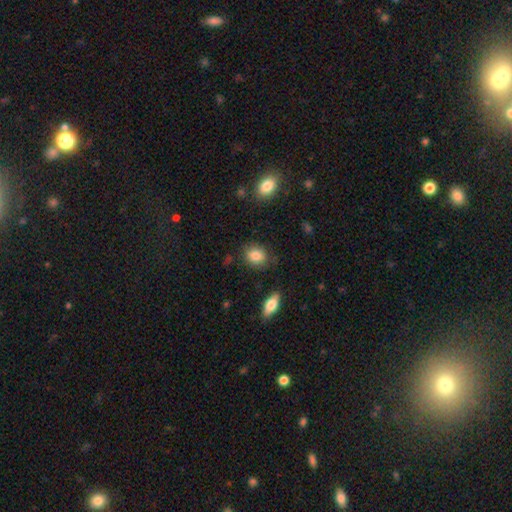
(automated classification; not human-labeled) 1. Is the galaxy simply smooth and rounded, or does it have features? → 84% smooth, 8% star or artifact, 7% featured or disk.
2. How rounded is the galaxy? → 56% in between, 42% round, 2% cigar-shaped.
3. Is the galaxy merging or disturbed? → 80% none, 14% minor disturbance, 3% major disturbance, 2% merger.